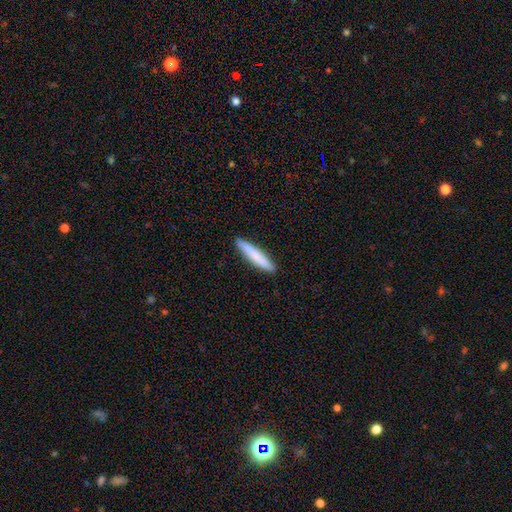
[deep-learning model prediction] smooth_or_featured: smooth (p=0.79) [alt: featured or disk p=0.16]
how_rounded: cigar-shaped (p=0.93) [alt: in between p=0.06]
merging: none (p=0.90) [alt: minor disturbance p=0.07]